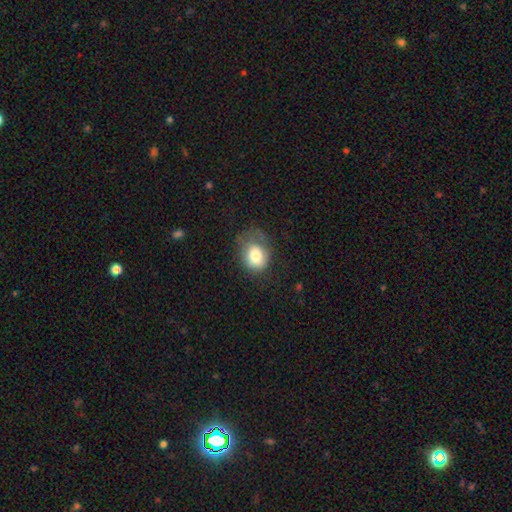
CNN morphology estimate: smooth-or-featured: smooth: 77% | featured or disk: 14% | star or artifact: 8%
  how-rounded: round: 57% | in between: 42% | cigar-shaped: 1%
  merging: none: 42% | minor disturbance: 33% | major disturbance: 23% | merger: 2%